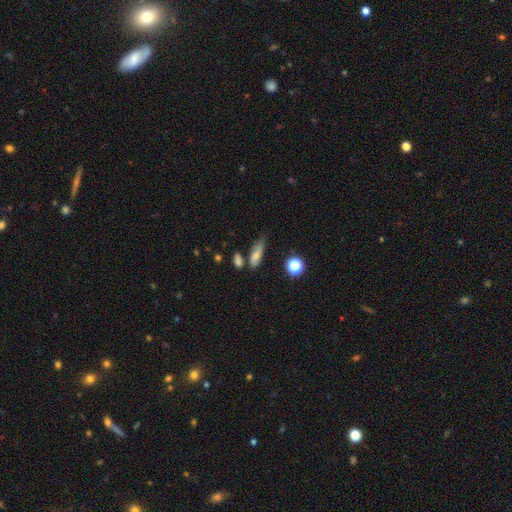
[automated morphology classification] Smooth or featured? smooth (73%)
How rounded? in between (59%)
Merging? none (48%)